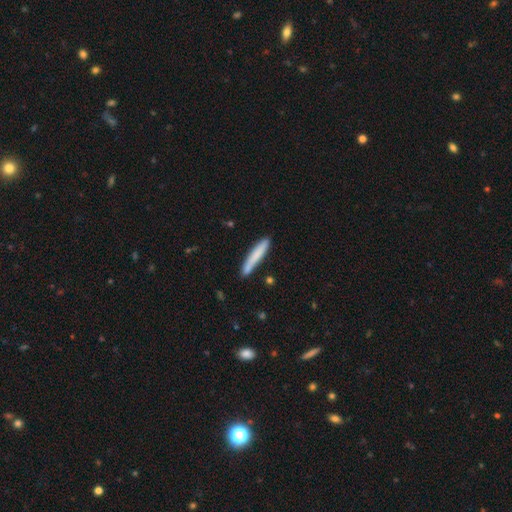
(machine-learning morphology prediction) Smooth or featured? Predicted: smooth (p=0.76). How rounded? Predicted: cigar-shaped (p=0.94). Merging? Predicted: none (p=0.82).